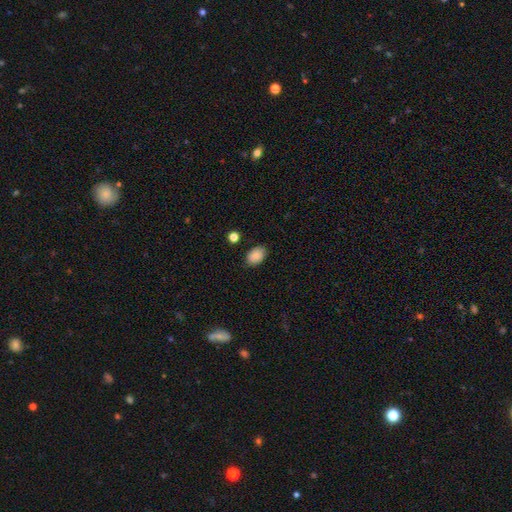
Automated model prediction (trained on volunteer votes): This appears to be a smooth galaxy with no disk features (88%) that is in between round and cigar-shaped (81%). Merging: none (83%).